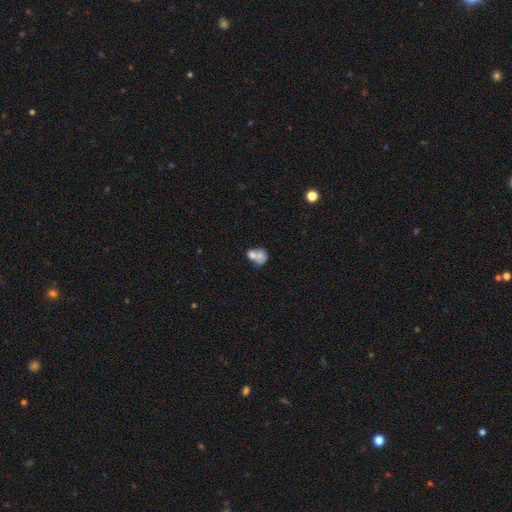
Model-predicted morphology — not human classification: type=smooth (61%); roundness=in between (55%); merging=merger (59%).